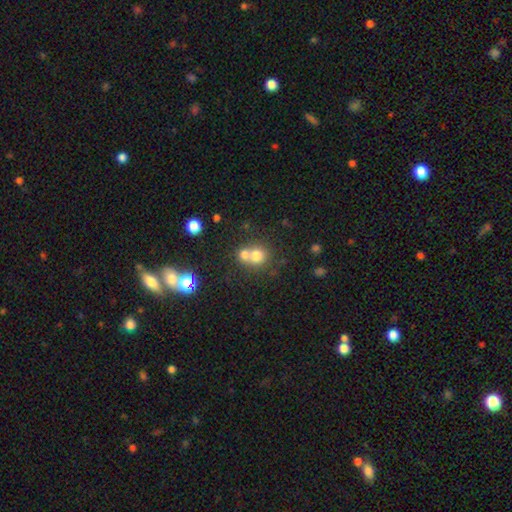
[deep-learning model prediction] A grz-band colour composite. It shows a smooth galaxy with no disk features (73%) that is round (86%). Merging: merger (54%).